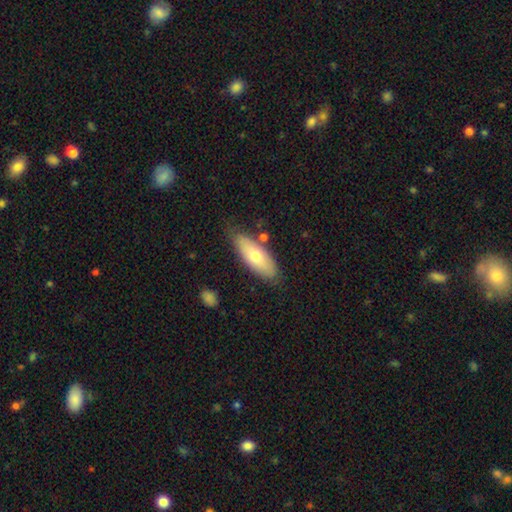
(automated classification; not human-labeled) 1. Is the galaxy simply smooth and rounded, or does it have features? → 66% smooth, 28% featured or disk, 6% star or artifact.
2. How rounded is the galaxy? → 74% in between, 24% cigar-shaped, 2% round.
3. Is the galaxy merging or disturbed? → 76% none, 16% minor disturbance, 5% merger, 3% major disturbance.